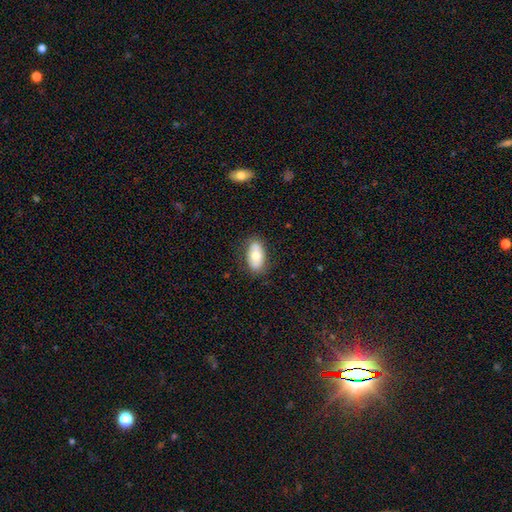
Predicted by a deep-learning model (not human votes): Overall: smooth (70%). How rounded: in between (92%). Merging: none (82%).